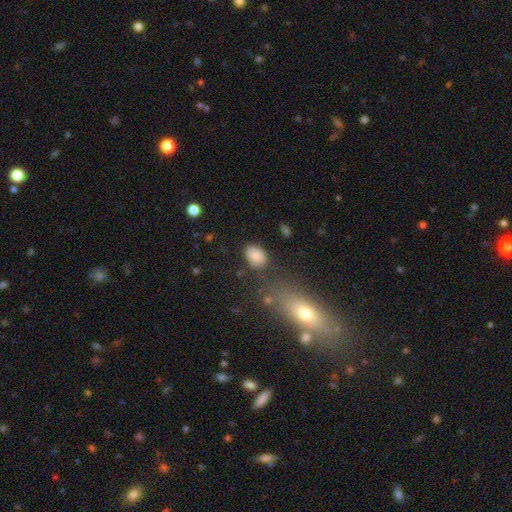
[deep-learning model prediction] smooth_or_featured: smooth (p=0.84) [alt: star or artifact p=0.10]
how_rounded: in between (p=0.78) [alt: round p=0.21]
merging: none (p=0.72) [alt: minor disturbance p=0.17]